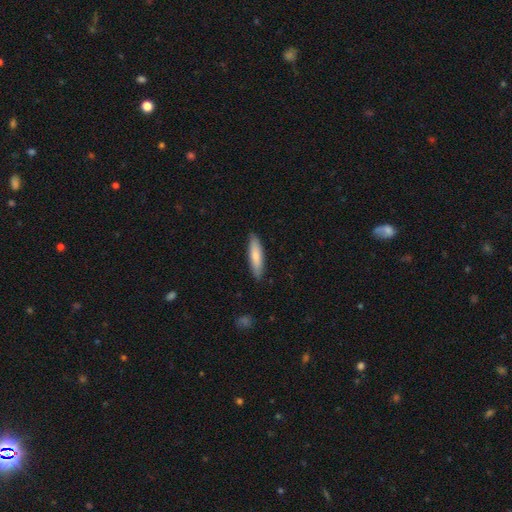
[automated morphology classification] This appears to be a smooth galaxy with no disk features (78%) that is cigar-shaped (73%). Merging: none (87%).